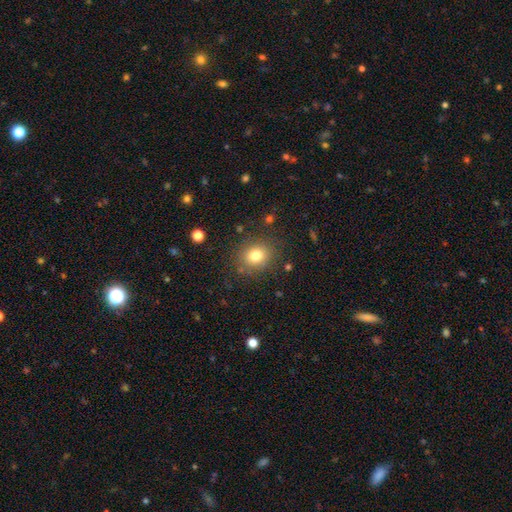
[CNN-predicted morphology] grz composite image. It shows a smooth galaxy with no disk features (78%) that is round (72%). Merging: none (83%).